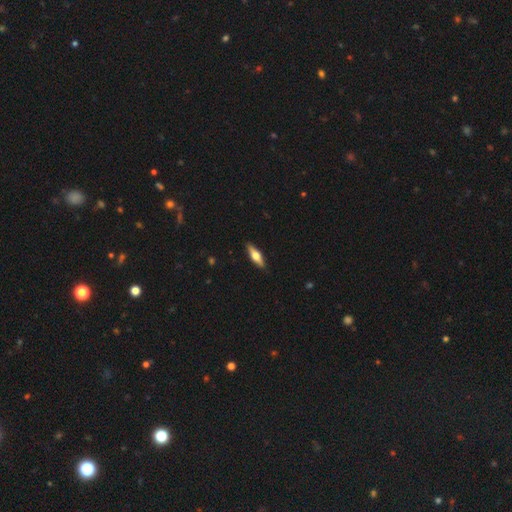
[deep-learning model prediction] This appears to be a featured or disk galaxy (52%) viewed edge-on (93%). Merging: none (90%).